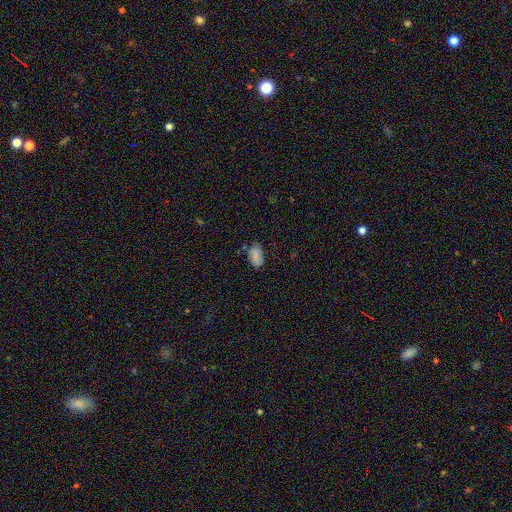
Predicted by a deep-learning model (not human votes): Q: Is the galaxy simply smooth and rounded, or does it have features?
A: smooth — 81%.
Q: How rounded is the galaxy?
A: in between — 92%.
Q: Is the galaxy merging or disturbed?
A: none — 68%.